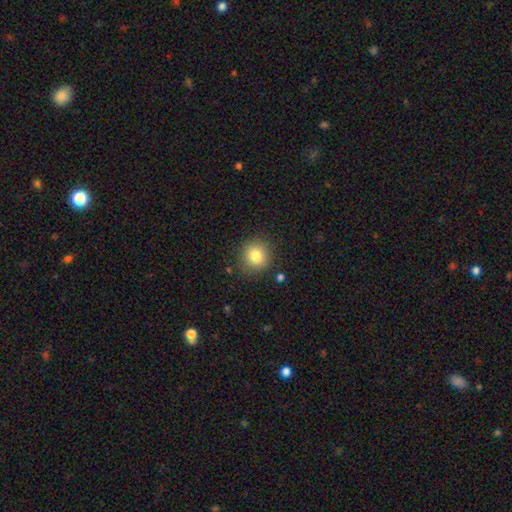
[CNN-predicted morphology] Q: Smooth or featured?
A: smooth (82%); runner-up: star or artifact (11%)
Q: How rounded?
A: round (89%); runner-up: in between (11%)
Q: Merging?
A: none (86%); runner-up: minor disturbance (9%)